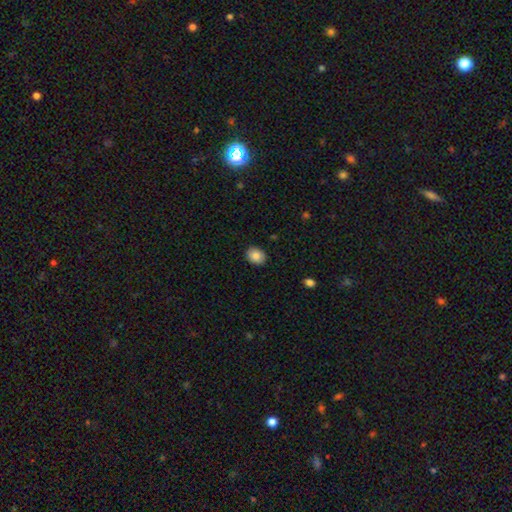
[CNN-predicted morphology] Smooth or featured?
  - smooth: 85% *
  - star or artifact: 8%
  - featured or disk: 7%
How rounded?
  - round: 53% *
  - in between: 47%
  - cigar-shaped: 1%
Merging?
  - none: 89% *
  - minor disturbance: 8%
  - major disturbance: 2%
  - merger: 1%